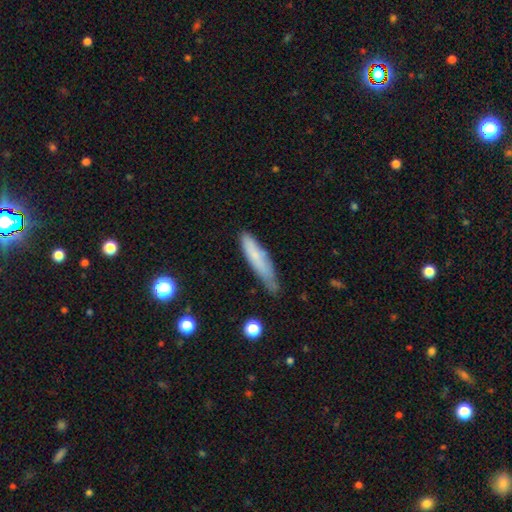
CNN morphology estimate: A smooth galaxy with no disk features (71%) that is cigar-shaped (83%).

Vote fractions:
- Smooth or featured? smooth: 71% / featured or disk: 22% / star or artifact: 7%
- How rounded? cigar-shaped: 83% / in between: 16% / round: 2%
- Merging? none: 53% / minor disturbance: 36% / major disturbance: 8% / merger: 4%